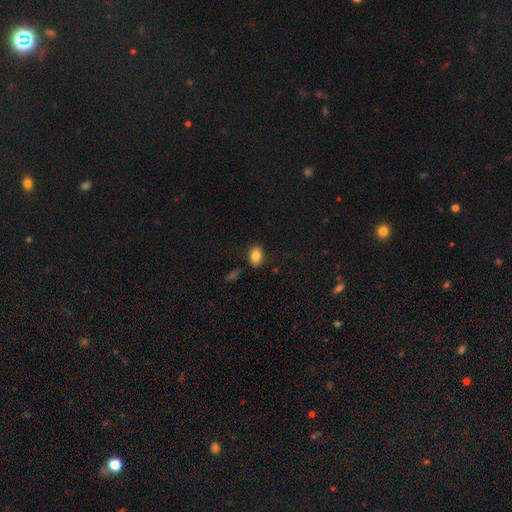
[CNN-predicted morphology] smooth-or-featured: smooth: 83% | star or artifact: 9% | featured or disk: 8%
  how-rounded: in between: 77% | round: 21% | cigar-shaped: 1%
  merging: none: 85% | minor disturbance: 10% | major disturbance: 2% | merger: 2%